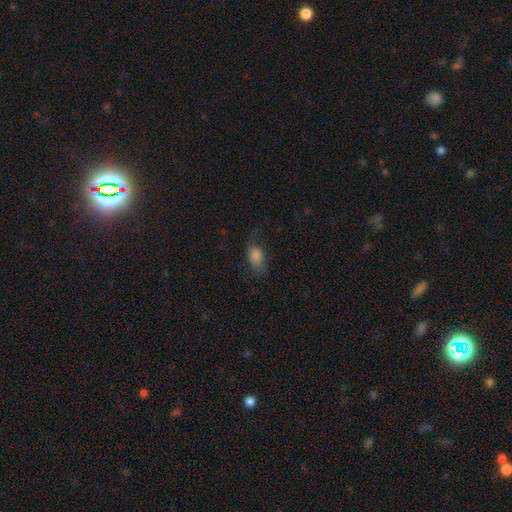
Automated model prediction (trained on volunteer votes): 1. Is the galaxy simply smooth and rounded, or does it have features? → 74% smooth, 14% featured or disk, 12% star or artifact.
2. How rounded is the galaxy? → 85% in between, 11% round, 4% cigar-shaped.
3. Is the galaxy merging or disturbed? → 55% none, 25% minor disturbance, 19% major disturbance, 2% merger.